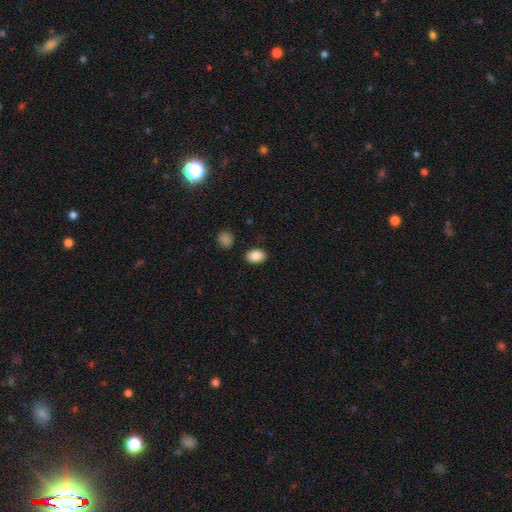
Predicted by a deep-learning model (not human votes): Smooth or featured? smooth (86%)
How rounded? in between (85%)
Merging? none (88%)